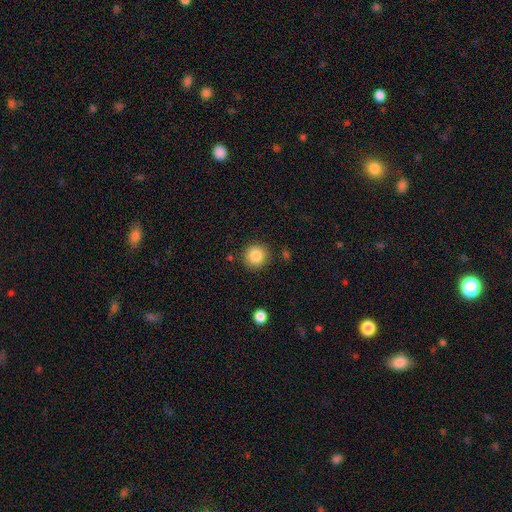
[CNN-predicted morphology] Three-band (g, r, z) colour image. It shows a smooth galaxy with no disk features (86%) that is round (93%). Merging: none (88%).